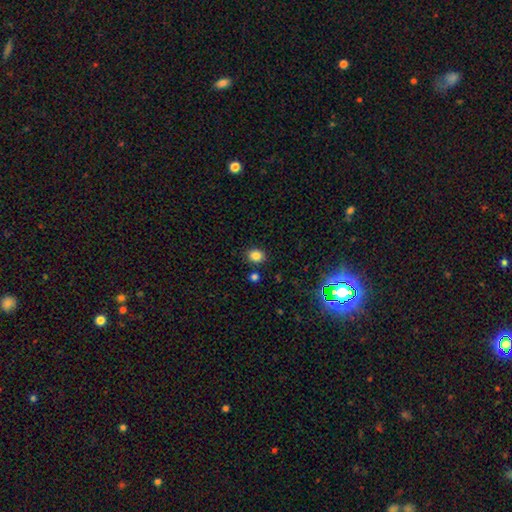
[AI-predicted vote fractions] A smooth galaxy with no disk features (83%) that is round (65%).

Vote fractions:
- Smooth or featured? smooth: 83% / star or artifact: 12% / featured or disk: 5%
- How rounded? round: 65% / in between: 34% / cigar-shaped: 1%
- Merging? none: 85% / minor disturbance: 8% / merger: 5% / major disturbance: 2%